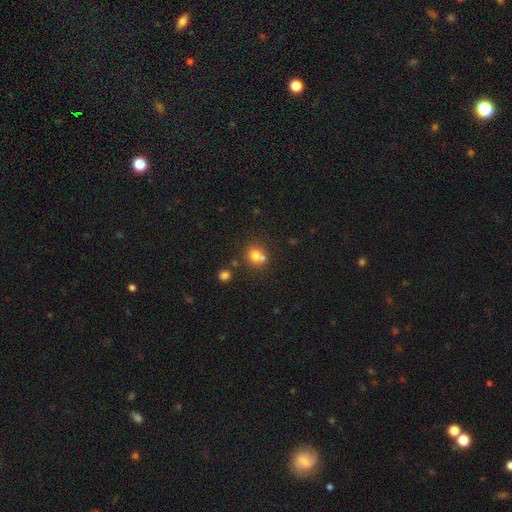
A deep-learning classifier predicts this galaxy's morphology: smooth_or_featured: smooth (p=0.74) [alt: star or artifact p=0.13]
how_rounded: round (p=0.76) [alt: in between p=0.23]
merging: none (p=0.48) [alt: merger p=0.38]